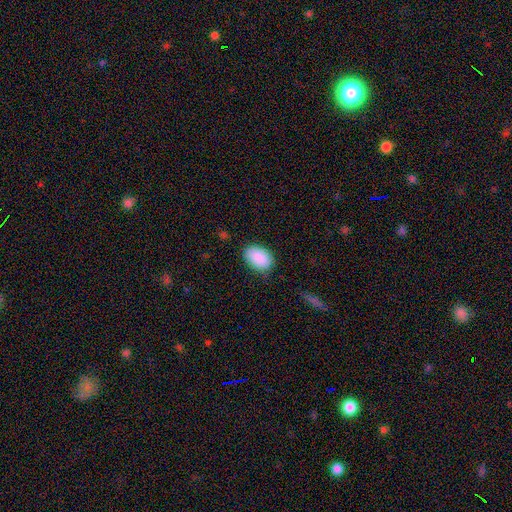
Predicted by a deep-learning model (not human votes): This is clearly a smooth galaxy (90%). How rounded: clearly in between (88%). Merging: clearly none (81%).